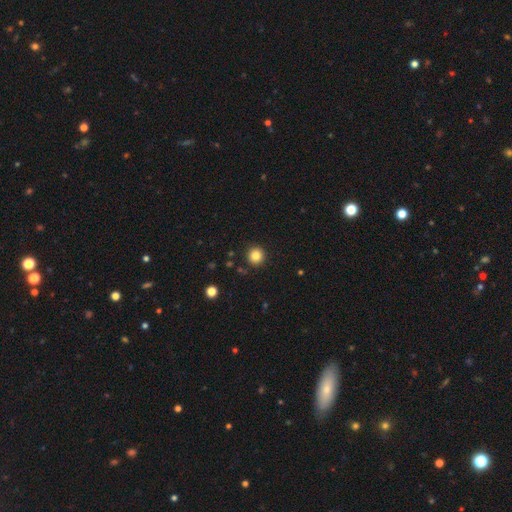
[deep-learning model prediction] This appears to be a smooth galaxy with no disk features (84%) that is round (94%). Merging: none (92%).